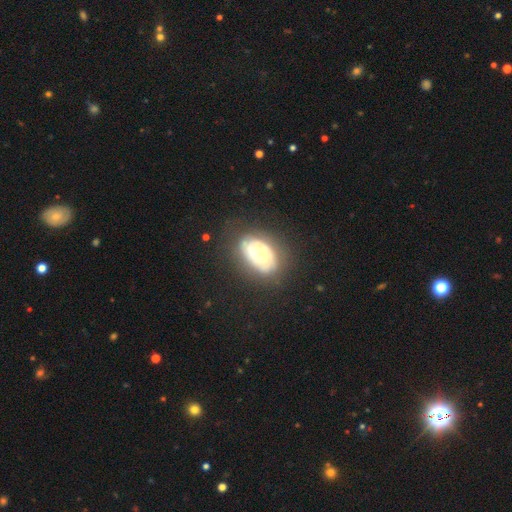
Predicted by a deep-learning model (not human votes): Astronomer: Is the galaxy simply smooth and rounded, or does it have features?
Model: featured or disk — 65%.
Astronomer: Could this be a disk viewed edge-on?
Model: no — 95%.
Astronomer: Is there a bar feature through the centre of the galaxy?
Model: no — 77%.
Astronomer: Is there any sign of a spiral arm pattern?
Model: yes — 76%.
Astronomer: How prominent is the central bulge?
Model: moderate — 58%.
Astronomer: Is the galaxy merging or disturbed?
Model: none — 68%.